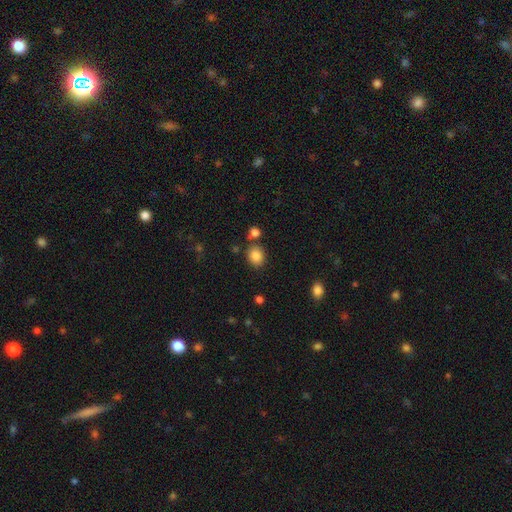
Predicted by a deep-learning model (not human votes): Smooth or featured?
  - smooth: 85% *
  - star or artifact: 10%
  - featured or disk: 5%
How rounded?
  - round: 58% *
  - in between: 41%
  - cigar-shaped: 1%
Merging?
  - none: 76% *
  - minor disturbance: 11%
  - merger: 10%
  - major disturbance: 3%